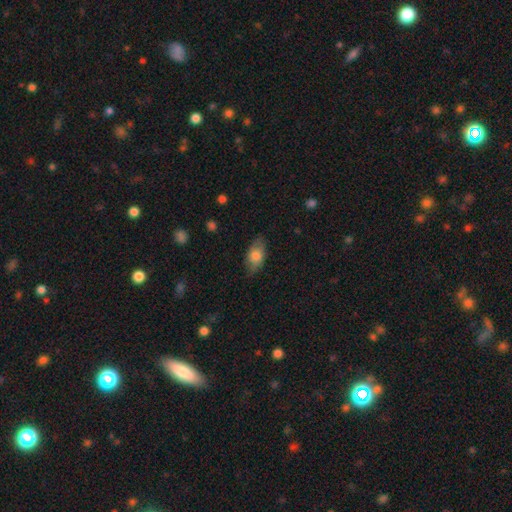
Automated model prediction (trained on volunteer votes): smooth-or-featured: smooth: 75% | featured or disk: 18% | star or artifact: 7%
  how-rounded: in between: 88% | round: 6% | cigar-shaped: 6%
  merging: none: 76% | minor disturbance: 19% | major disturbance: 4% | merger: 1%